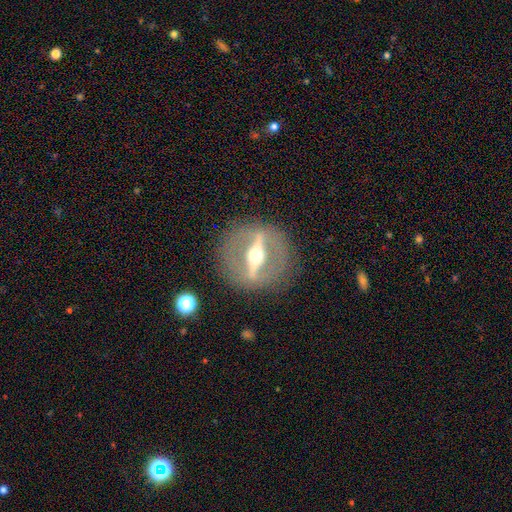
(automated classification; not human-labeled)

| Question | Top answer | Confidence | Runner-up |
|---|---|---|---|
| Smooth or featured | featured or disk | 84% | smooth (10%) |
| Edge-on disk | no | 52% | yes (48%) |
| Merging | none | 85% | minor disturbance (8%) |